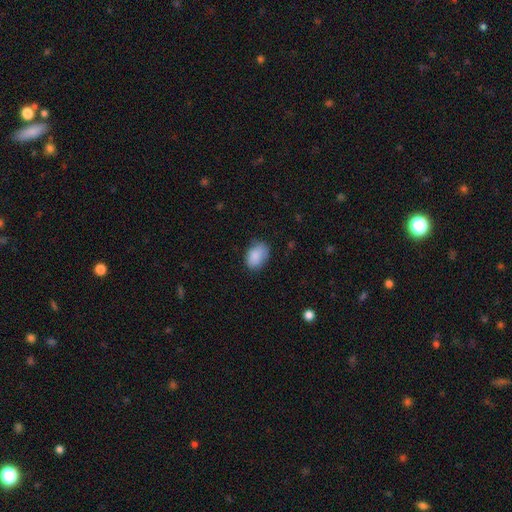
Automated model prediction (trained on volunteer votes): Smooth or featured? Predicted: smooth (p=0.86). How rounded? Predicted: in between (p=0.80). Merging? Predicted: none (p=0.70).